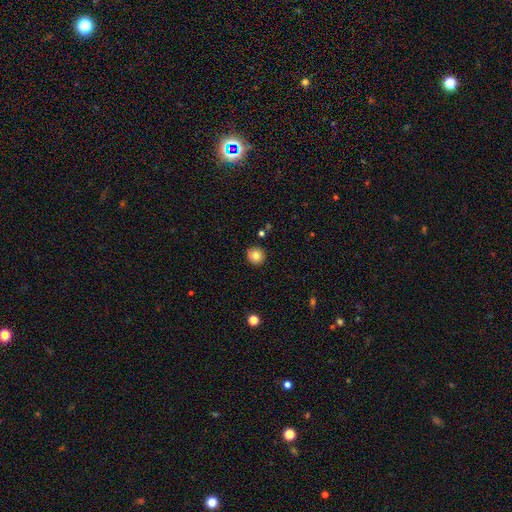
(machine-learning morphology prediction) This is likely a smooth galaxy (80%). How rounded: clearly round (95%). Merging: clearly none (90%).